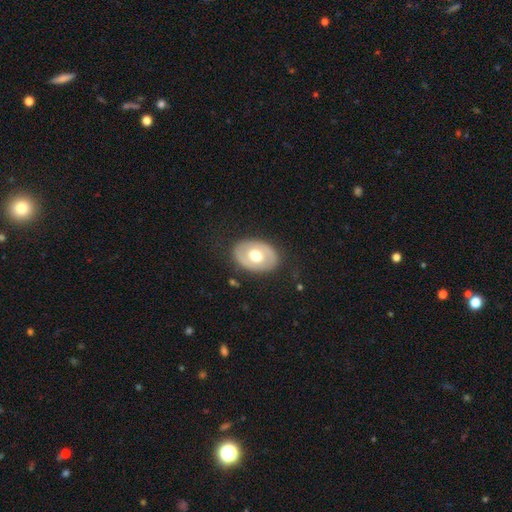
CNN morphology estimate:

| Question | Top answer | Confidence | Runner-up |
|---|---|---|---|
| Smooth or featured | smooth | 49% | featured or disk (46%) |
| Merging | none | 83% | minor disturbance (11%) |